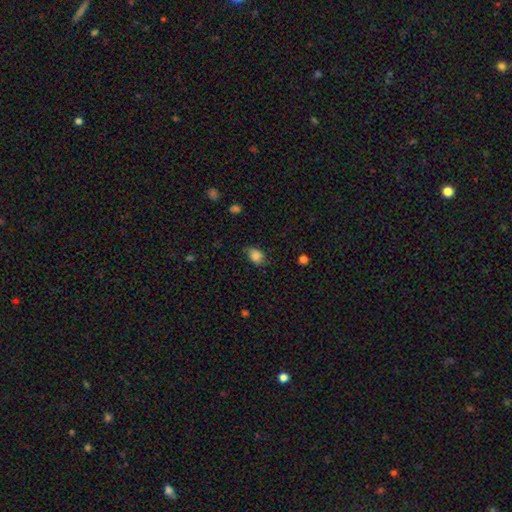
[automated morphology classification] Smooth or featured?
  - smooth: 81% *
  - star or artifact: 10%
  - featured or disk: 9%
How rounded?
  - in between: 63% *
  - round: 35%
  - cigar-shaped: 2%
Merging?
  - none: 61% *
  - minor disturbance: 28%
  - major disturbance: 9%
  - merger: 2%